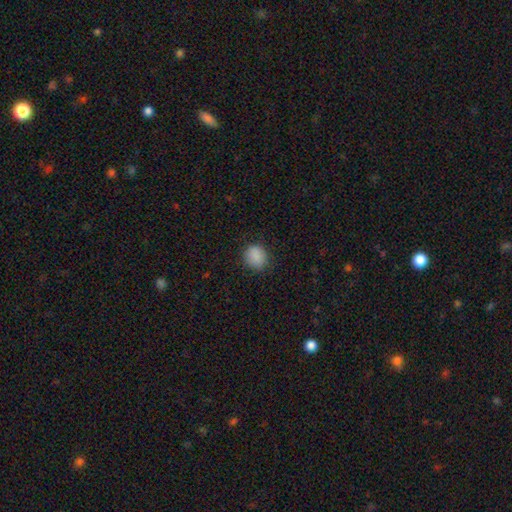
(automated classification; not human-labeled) smooth 88%, star or artifact 9%, featured or disk 3%. Down the decision tree: how rounded — round (72%); merging — none (84%).